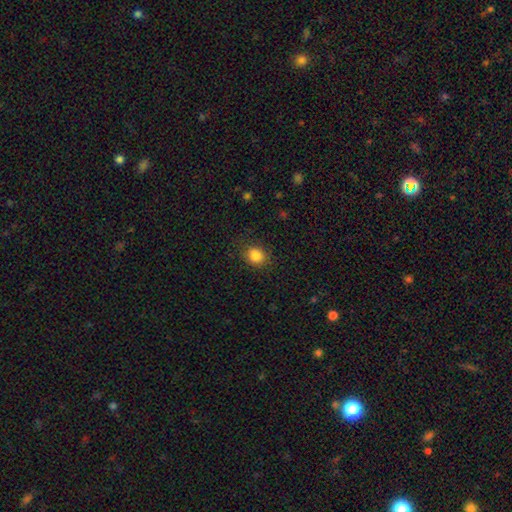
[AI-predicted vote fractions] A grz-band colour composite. It shows a smooth galaxy with no disk features (85%) that is round (66%). Merging: none (81%).